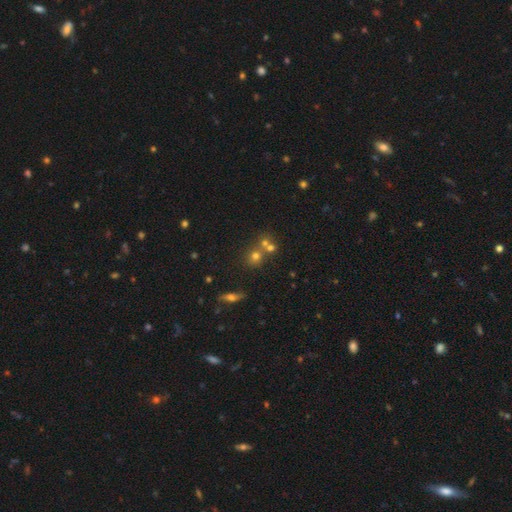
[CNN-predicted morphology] This appears to be a smooth galaxy with no disk features (52%) that is round (82%). Merging: none (52%).